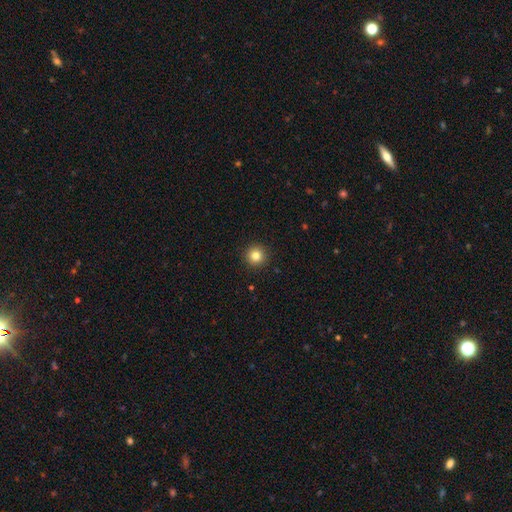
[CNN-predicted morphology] Q: Smooth or featured?
A: smooth (83%); runner-up: star or artifact (11%)
Q: How rounded?
A: round (95%); runner-up: in between (4%)
Q: Merging?
A: none (93%); runner-up: minor disturbance (5%)